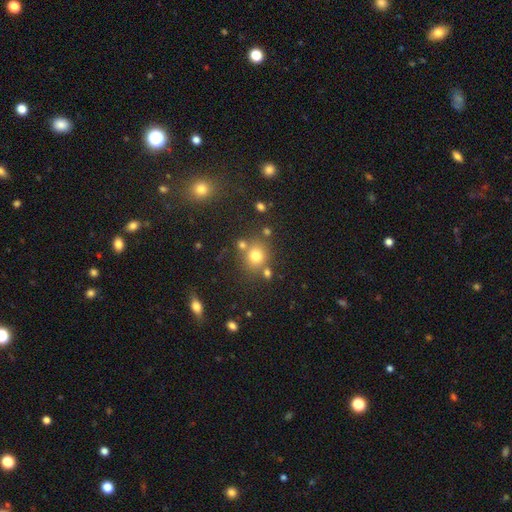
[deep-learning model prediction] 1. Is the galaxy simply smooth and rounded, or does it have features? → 74% smooth, 16% star or artifact, 10% featured or disk.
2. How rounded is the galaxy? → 82% round, 17% in between, 1% cigar-shaped.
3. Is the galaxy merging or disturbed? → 69% none, 15% merger, 11% minor disturbance, 4% major disturbance.